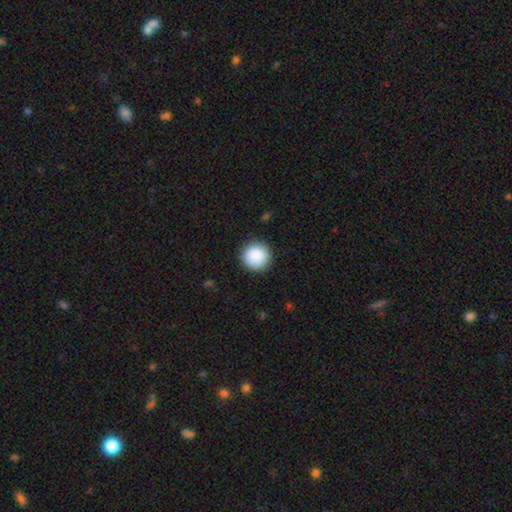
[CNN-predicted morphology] Q: Smooth or featured?
A: smooth (89%); runner-up: star or artifact (8%)
Q: How rounded?
A: round (96%); runner-up: in between (3%)
Q: Merging?
A: none (91%); runner-up: minor disturbance (6%)